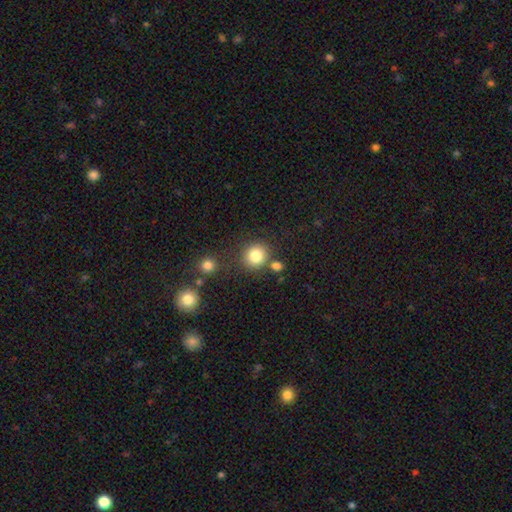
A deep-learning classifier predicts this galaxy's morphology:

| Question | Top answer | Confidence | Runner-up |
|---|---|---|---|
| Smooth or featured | smooth | 83% | star or artifact (11%) |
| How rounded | round | 87% | in between (12%) |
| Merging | none | 75% | merger (11%) |